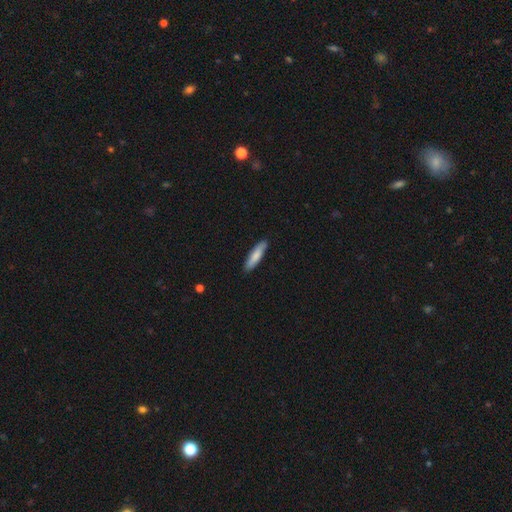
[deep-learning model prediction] Q: Smooth or featured?
A: smooth (79%); runner-up: featured or disk (16%)
Q: How rounded?
A: cigar-shaped (75%); runner-up: in between (24%)
Q: Merging?
A: none (87%); runner-up: minor disturbance (10%)